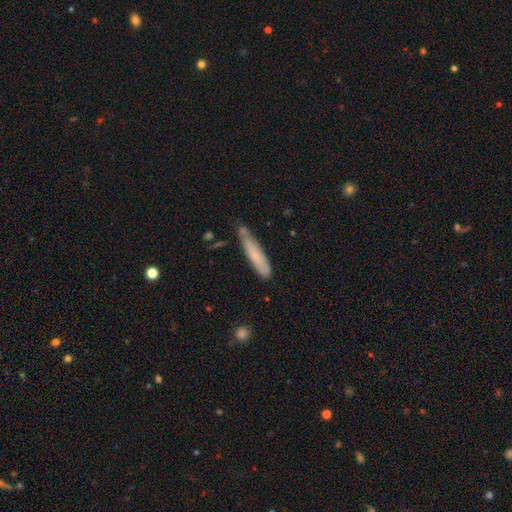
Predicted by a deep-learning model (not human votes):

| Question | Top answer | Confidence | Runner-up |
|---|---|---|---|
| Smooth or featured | smooth | 70% | featured or disk (24%) |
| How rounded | cigar-shaped | 85% | in between (13%) |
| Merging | none | 59% | minor disturbance (30%) |